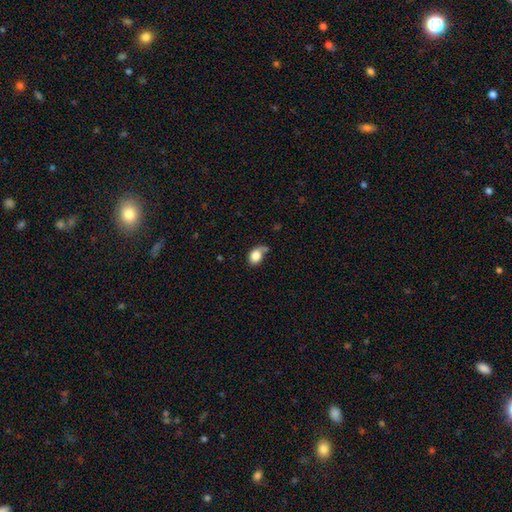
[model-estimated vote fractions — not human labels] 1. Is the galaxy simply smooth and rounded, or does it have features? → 84% smooth, 9% star or artifact, 8% featured or disk.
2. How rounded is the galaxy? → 62% in between, 37% round, 1% cigar-shaped.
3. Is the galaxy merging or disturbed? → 47% none, 29% minor disturbance, 12% major disturbance, 11% merger.